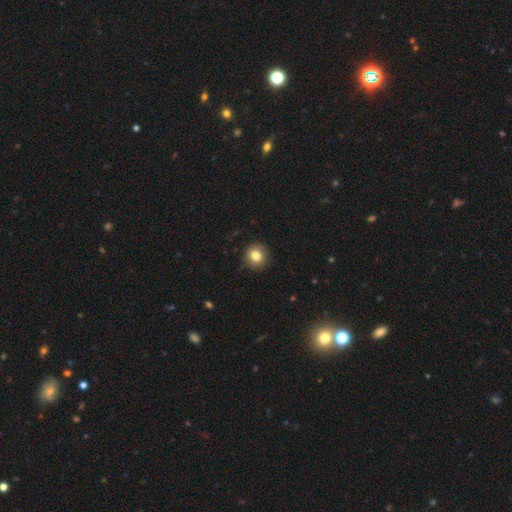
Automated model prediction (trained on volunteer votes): Smooth or featured: smooth — 82% (star or artifact — 10%)
How rounded: round — 90% (in between — 9%)
Merging: none — 89% (minor disturbance — 8%)